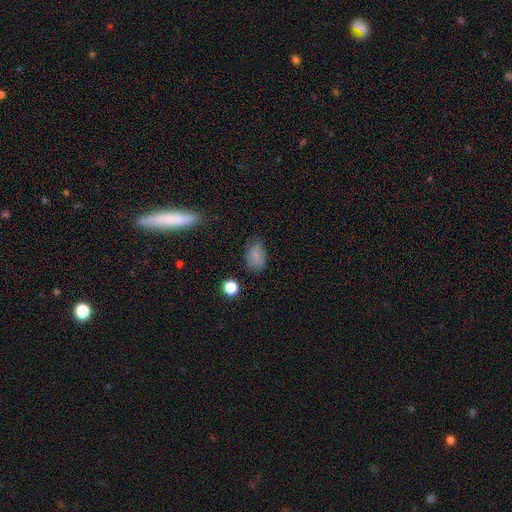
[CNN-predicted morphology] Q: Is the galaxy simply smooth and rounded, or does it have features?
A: smooth — 80%.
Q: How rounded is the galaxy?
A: in between — 83%.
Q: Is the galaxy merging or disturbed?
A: none — 76%.